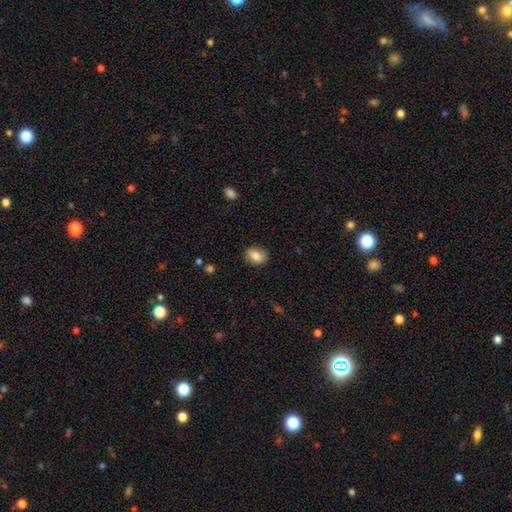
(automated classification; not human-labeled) smooth 81%, featured or disk 11%, star or artifact 8%. Down the decision tree: how rounded — in between (71%); merging — none (83%).